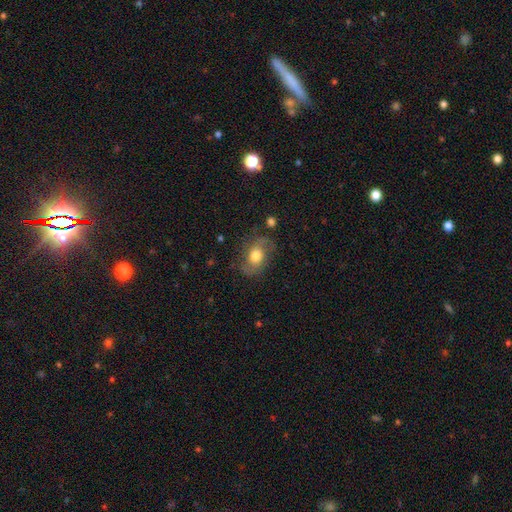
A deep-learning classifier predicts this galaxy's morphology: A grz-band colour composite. It shows a smooth galaxy with no disk features (46%, tied with featured or disk). Merging: none (69%).